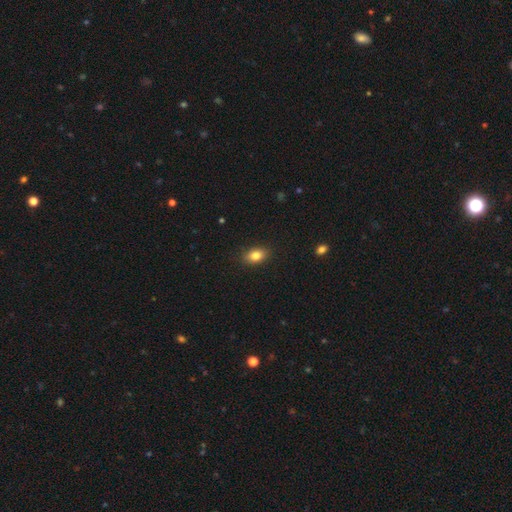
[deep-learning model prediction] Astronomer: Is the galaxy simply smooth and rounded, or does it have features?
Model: smooth — 83%.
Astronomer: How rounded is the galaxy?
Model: in between — 83%.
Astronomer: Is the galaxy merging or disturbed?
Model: none — 88%.